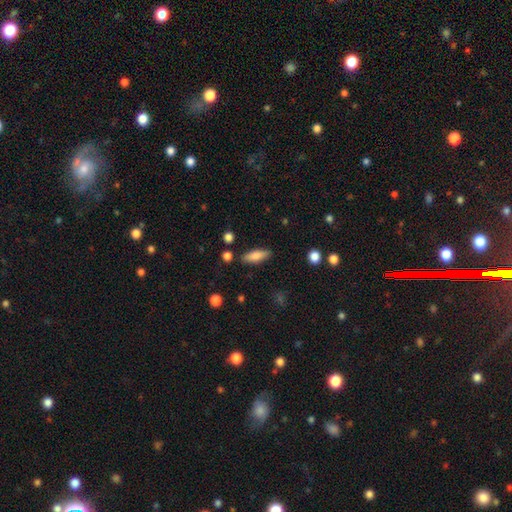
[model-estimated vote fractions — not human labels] Q: Smooth or featured?
A: smooth (78%); runner-up: featured or disk (15%)
Q: How rounded?
A: in between (59%); runner-up: cigar-shaped (39%)
Q: Merging?
A: none (84%); runner-up: minor disturbance (11%)